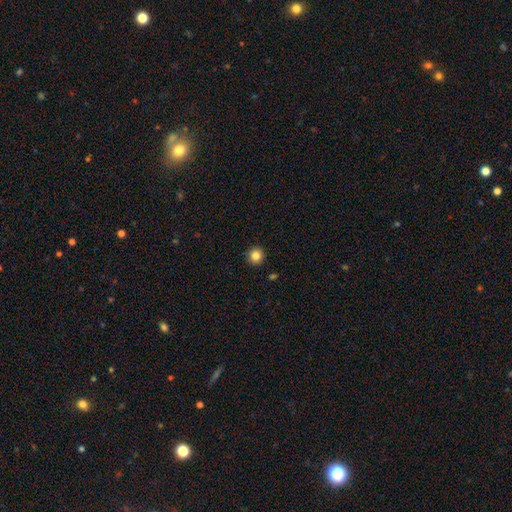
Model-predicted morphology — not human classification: Overall: smooth (84%). How rounded: round (93%). Merging: none (92%).